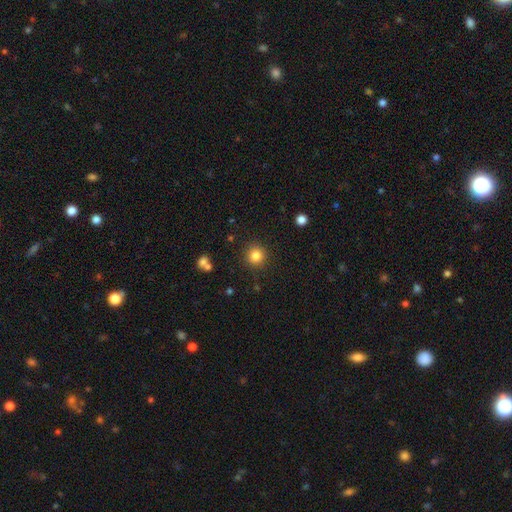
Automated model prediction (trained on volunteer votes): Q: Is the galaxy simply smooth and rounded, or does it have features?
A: smooth — 83%.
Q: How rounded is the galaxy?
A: round — 93%.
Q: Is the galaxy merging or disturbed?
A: none — 89%.